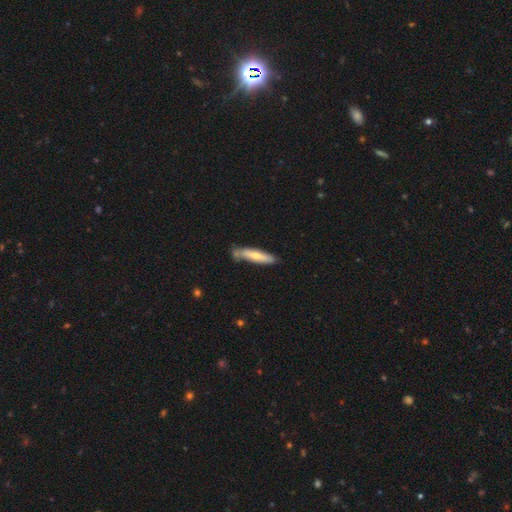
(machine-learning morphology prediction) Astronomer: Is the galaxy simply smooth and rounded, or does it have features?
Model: smooth — 56% (runner-up: featured or disk, 38%).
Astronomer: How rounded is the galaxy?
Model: cigar-shaped — 80%.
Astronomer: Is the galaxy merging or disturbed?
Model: none — 67%.